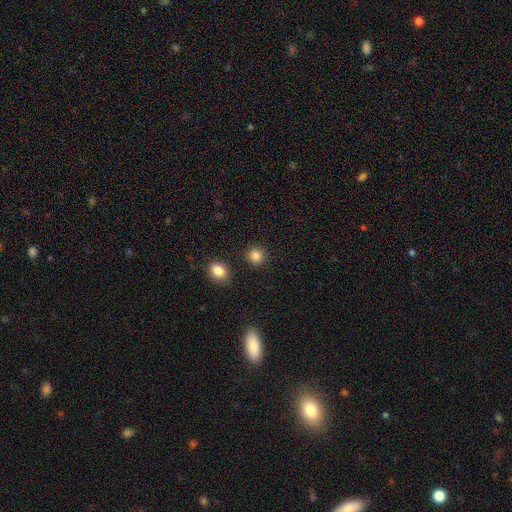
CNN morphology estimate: A smooth galaxy with no disk features (85%) that is round (90%).

Vote fractions:
- Smooth or featured? smooth: 85% / star or artifact: 11% / featured or disk: 4%
- How rounded? round: 90% / in between: 10% / cigar-shaped: 1%
- Merging? none: 89% / minor disturbance: 6% / merger: 3% / major disturbance: 2%